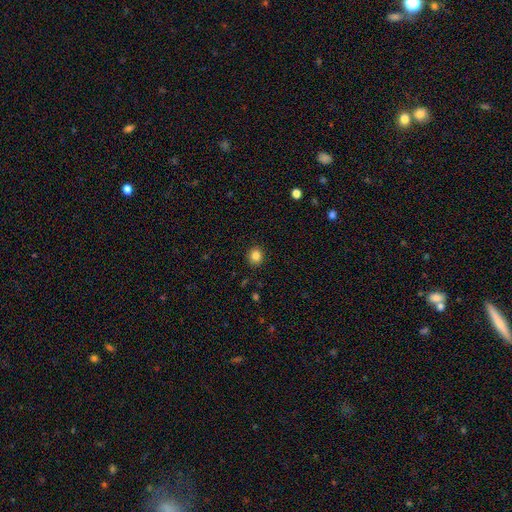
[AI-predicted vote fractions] Smooth or featured: smooth — 84% (star or artifact — 11%)
How rounded: round — 81% (in between — 19%)
Merging: none — 90% (minor disturbance — 7%)